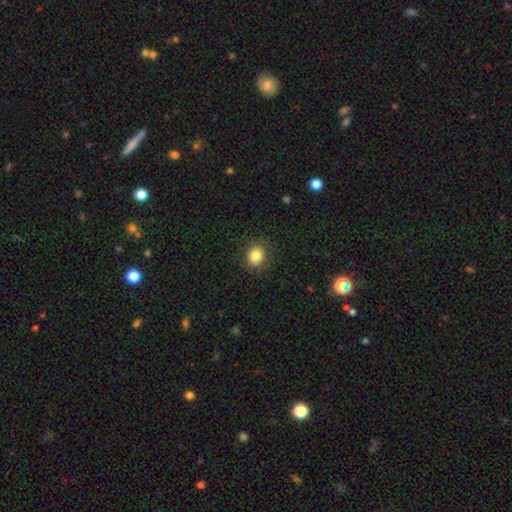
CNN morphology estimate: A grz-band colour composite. It shows a smooth galaxy with no disk features (83%) that is round (75%). Merging: none (88%).